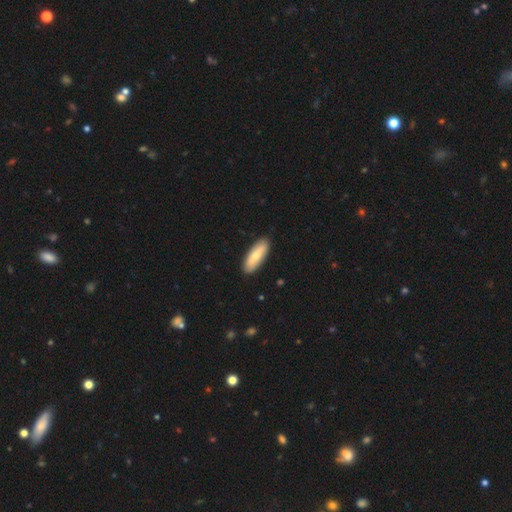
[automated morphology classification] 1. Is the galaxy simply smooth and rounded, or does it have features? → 71% smooth, 25% featured or disk, 5% star or artifact.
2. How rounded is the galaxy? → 66% in between, 32% cigar-shaped, 2% round.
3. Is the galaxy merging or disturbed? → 89% none, 8% minor disturbance, 2% major disturbance, 1% merger.